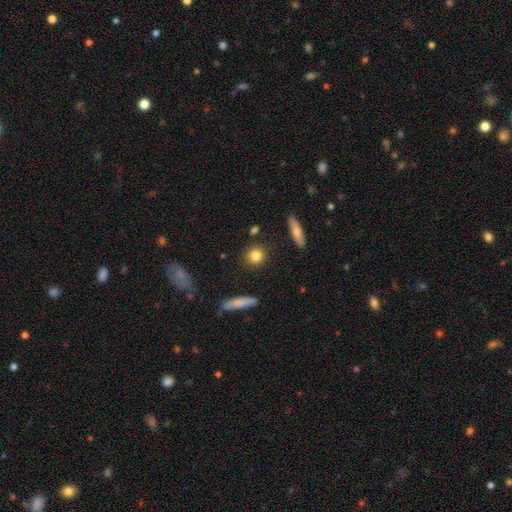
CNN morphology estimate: This appears to be a smooth galaxy with no disk features (82%) that is round (85%). Merging: none (89%).